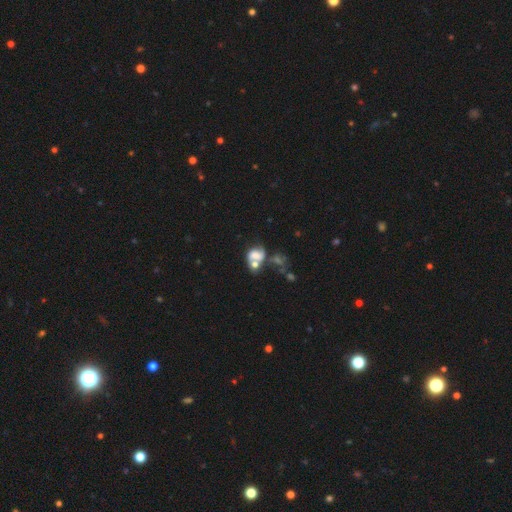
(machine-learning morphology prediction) This is possibly a featured or disk galaxy (49%). Merging: possibly merger (51%).